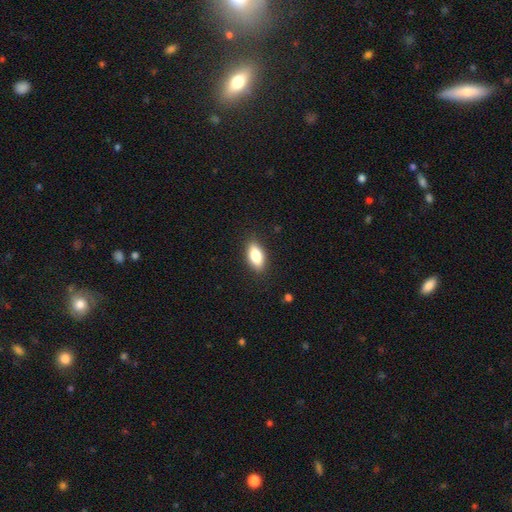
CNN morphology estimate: This appears to be a smooth galaxy with no disk features (79%) that is in between round and cigar-shaped (85%). Merging: none (88%).